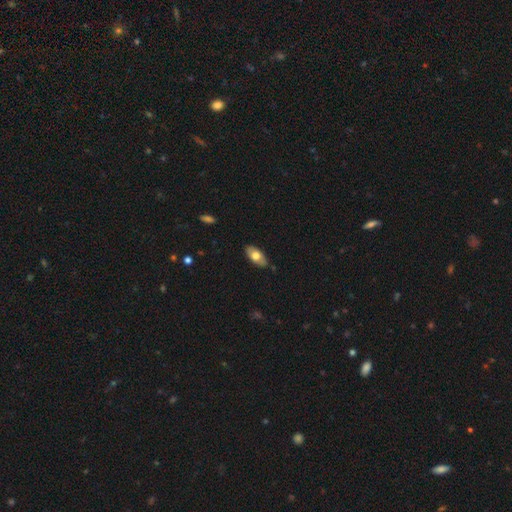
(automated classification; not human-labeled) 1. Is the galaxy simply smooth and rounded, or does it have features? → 64% smooth, 30% featured or disk, 6% star or artifact.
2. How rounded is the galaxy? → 92% in between, 5% cigar-shaped, 3% round.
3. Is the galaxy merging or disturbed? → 83% none, 13% minor disturbance, 2% major disturbance, 1% merger.